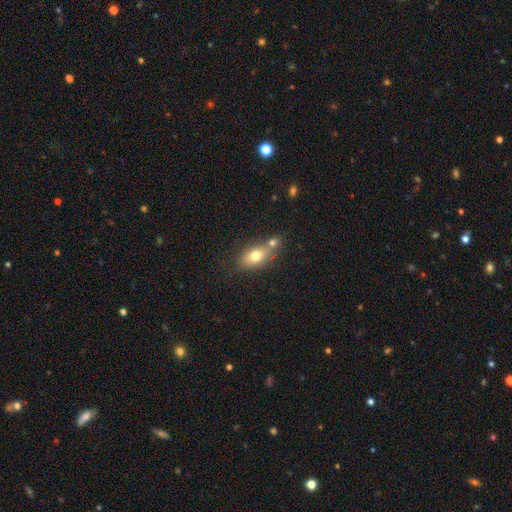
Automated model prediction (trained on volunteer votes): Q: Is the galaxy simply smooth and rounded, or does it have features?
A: smooth — 74%.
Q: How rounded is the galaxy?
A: in between — 79%.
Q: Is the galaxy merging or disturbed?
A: none — 45%.